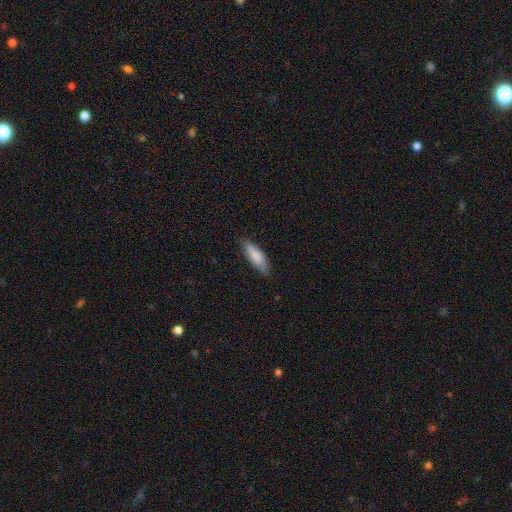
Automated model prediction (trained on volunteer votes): Morphology: type=smooth (82%); roundness=cigar-shaped (51%); merging=none (79%).